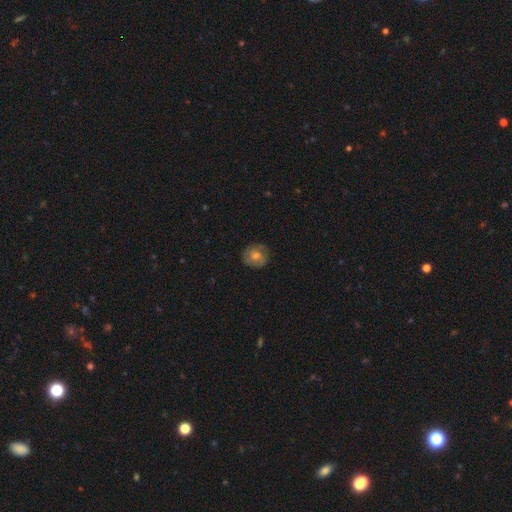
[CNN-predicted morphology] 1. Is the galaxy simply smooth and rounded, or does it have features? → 48% smooth, 42% featured or disk, 10% star or artifact.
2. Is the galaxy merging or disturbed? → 83% none, 13% minor disturbance, 3% major disturbance, 1% merger.